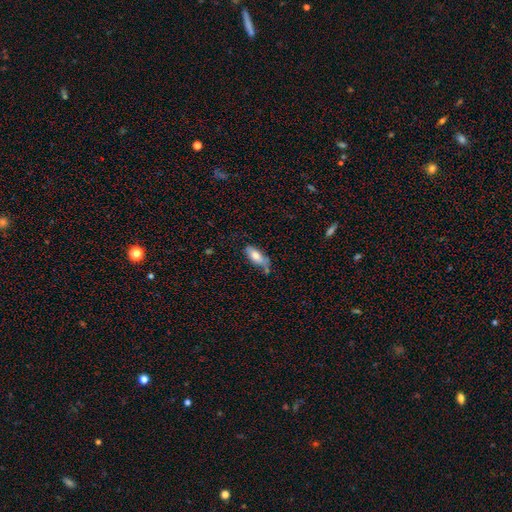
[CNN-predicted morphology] Smooth or featured? Predicted: smooth (p=0.74). How rounded? Predicted: in between (p=0.77). Merging? Predicted: none (p=0.51).